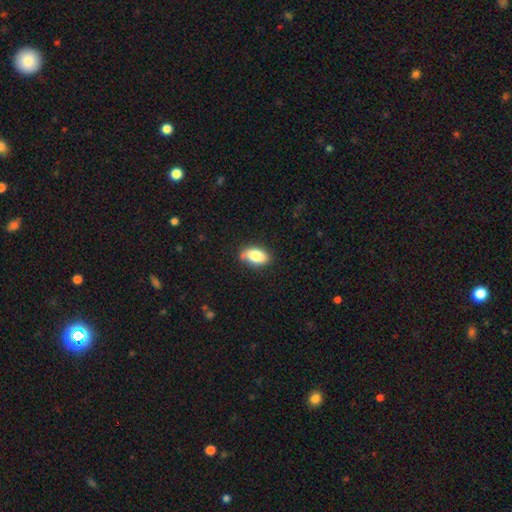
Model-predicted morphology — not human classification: smooth-or-featured: smooth: 82% | featured or disk: 11% | star or artifact: 7%
  how-rounded: in between: 92% | round: 5% | cigar-shaped: 3%
  merging: none: 77% | minor disturbance: 18% | major disturbance: 3% | merger: 1%